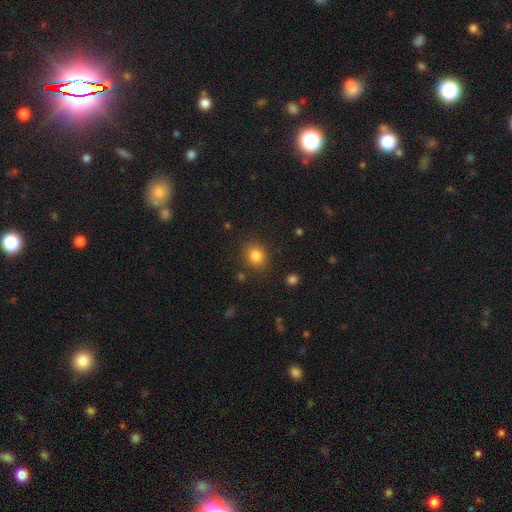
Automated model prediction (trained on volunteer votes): A smooth galaxy with no disk features (83%) that is round (72%). Merging: none (84%).